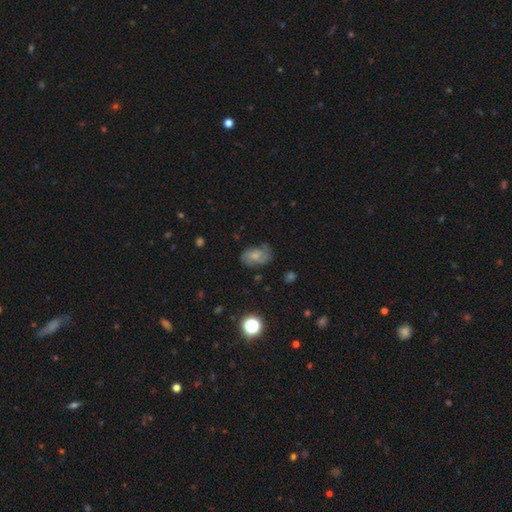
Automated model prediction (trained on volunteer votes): Smooth or featured: featured or disk — 46% (smooth — 43%)
Merging: none — 63% (minor disturbance — 25%)